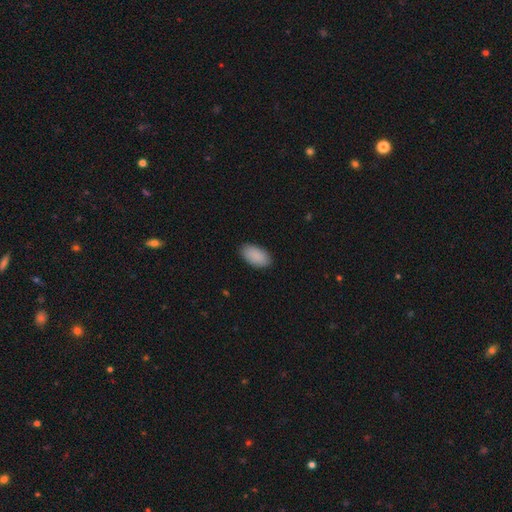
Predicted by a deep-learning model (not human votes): Smooth or featured?
  - smooth: 91% *
  - star or artifact: 6%
  - featured or disk: 4%
How rounded?
  - in between: 95% *
  - round: 3%
  - cigar-shaped: 2%
Merging?
  - none: 88% *
  - minor disturbance: 9%
  - major disturbance: 2%
  - merger: 1%